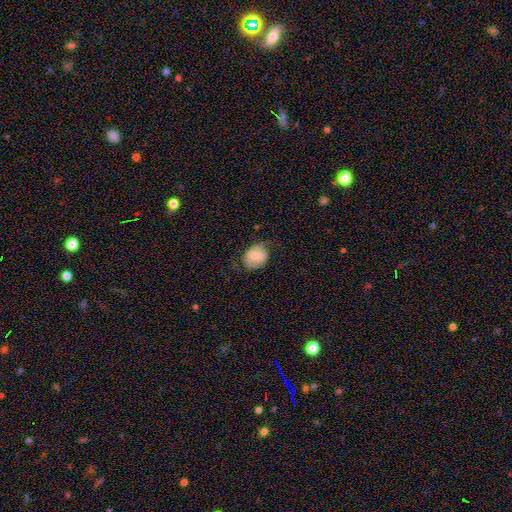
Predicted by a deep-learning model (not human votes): This appears to be a smooth galaxy with no disk features (49%). Merging: none (57%).